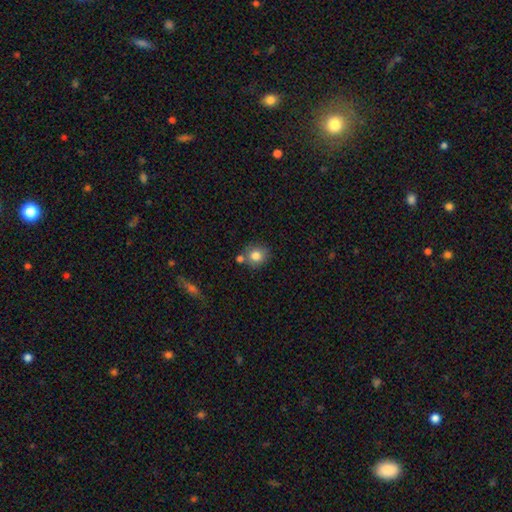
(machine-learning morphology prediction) Smooth or featured?
  - smooth: 80% *
  - star or artifact: 10%
  - featured or disk: 10%
How rounded?
  - round: 81% *
  - in between: 18%
  - cigar-shaped: 1%
Merging?
  - none: 69% *
  - merger: 15%
  - minor disturbance: 12%
  - major disturbance: 3%